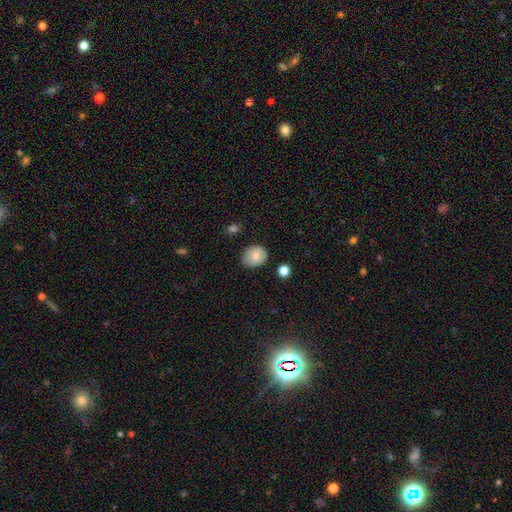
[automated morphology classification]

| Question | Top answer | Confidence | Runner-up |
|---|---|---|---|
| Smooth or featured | smooth | 82% | featured or disk (10%) |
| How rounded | round | 55% | in between (44%) |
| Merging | none | 76% | minor disturbance (19%) |